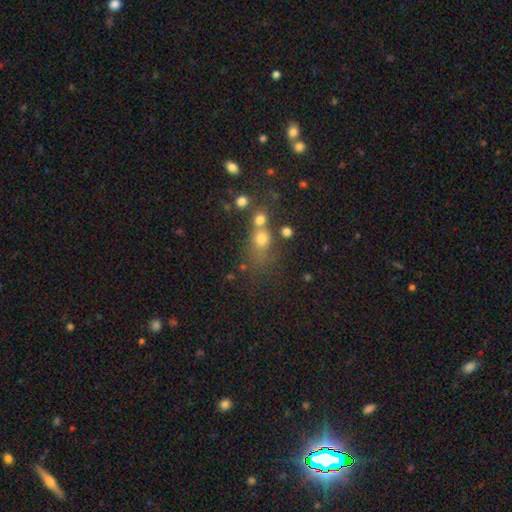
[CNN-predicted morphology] smooth_or_featured: smooth (p=0.50) [alt: star or artifact p=0.33]
how_rounded: round (p=0.56) [alt: in between p=0.38]
merging: none (p=0.45) [alt: merger p=0.33]